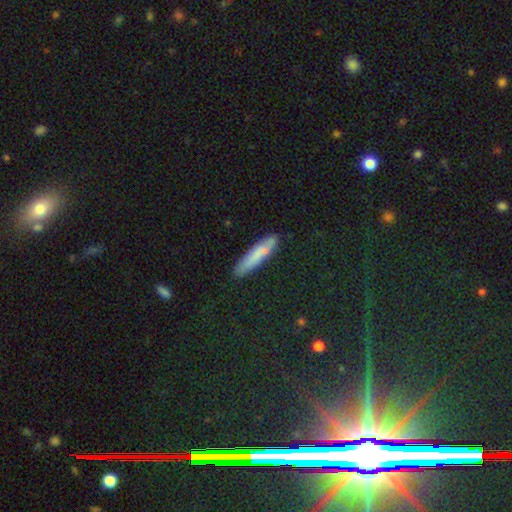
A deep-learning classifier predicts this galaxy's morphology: smooth 72%, featured or disk 20%, star or artifact 8%. Down the decision tree: how rounded — cigar-shaped (87%); merging — none (79%).